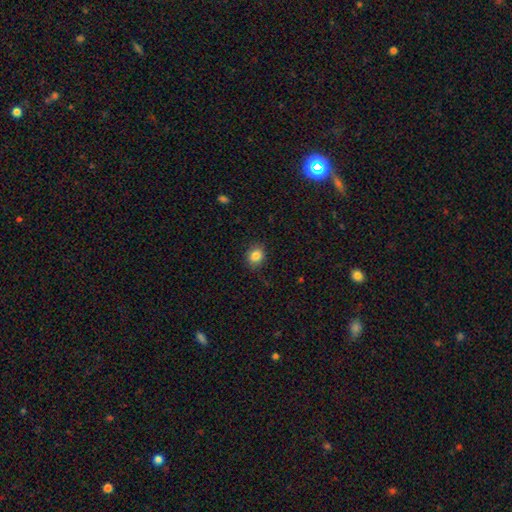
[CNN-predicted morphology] A smooth galaxy with no disk features (85%) that is round (63%).

Vote fractions:
- Smooth or featured? smooth: 85% / star or artifact: 10% / featured or disk: 5%
- How rounded? round: 63% / in between: 36% / cigar-shaped: 1%
- Merging? none: 87% / minor disturbance: 10% / major disturbance: 2% / merger: 1%